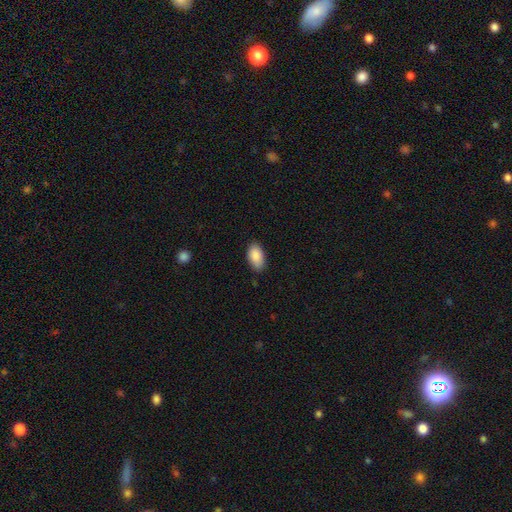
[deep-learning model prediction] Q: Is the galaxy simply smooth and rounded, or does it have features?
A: smooth — 88%.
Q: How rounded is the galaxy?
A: in between — 94%.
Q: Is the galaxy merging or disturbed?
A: none — 83%.